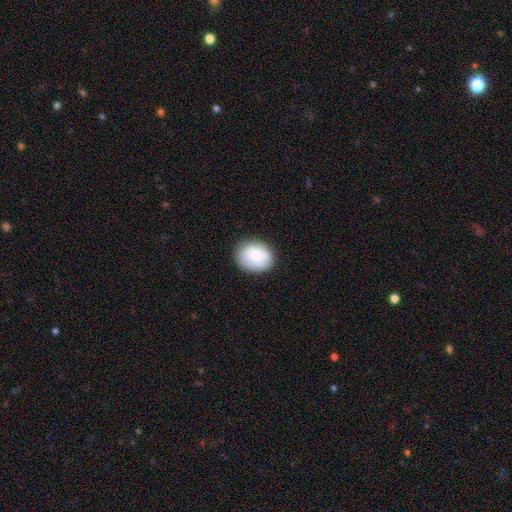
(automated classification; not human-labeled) The model was most divided on "how rounded": round: 50%, in between: 49%, cigar-shaped: 1%. More confident: smooth or featured — smooth (86%); merging — none (84%).